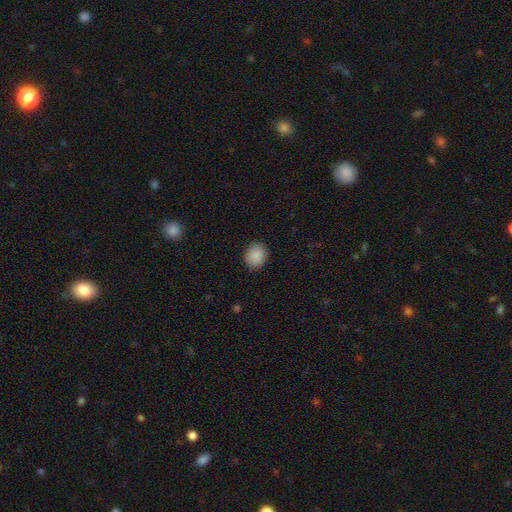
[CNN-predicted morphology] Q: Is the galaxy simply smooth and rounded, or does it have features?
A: smooth — 88%.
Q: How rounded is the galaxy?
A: round — 66%.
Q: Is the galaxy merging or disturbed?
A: none — 90%.